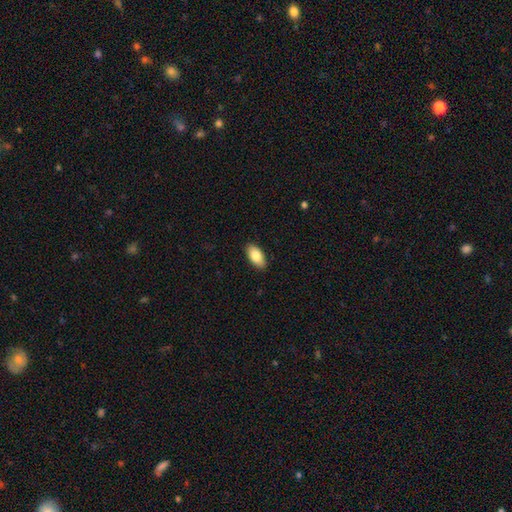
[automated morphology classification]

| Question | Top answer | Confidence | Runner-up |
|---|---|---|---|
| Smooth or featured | smooth | 84% | featured or disk (10%) |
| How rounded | in between | 94% | cigar-shaped (4%) |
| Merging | none | 88% | minor disturbance (9%) |